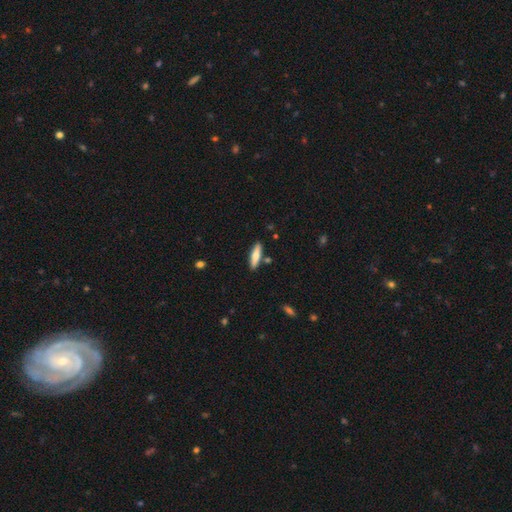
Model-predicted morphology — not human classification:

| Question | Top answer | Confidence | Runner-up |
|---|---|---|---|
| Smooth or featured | smooth | 66% | featured or disk (28%) |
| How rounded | cigar-shaped | 70% | in between (28%) |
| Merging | none | 85% | minor disturbance (9%) |